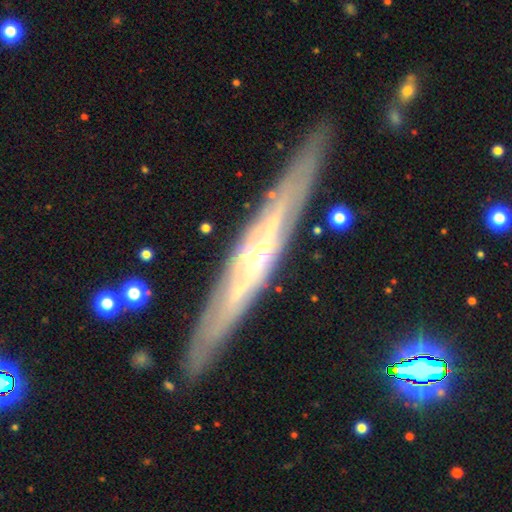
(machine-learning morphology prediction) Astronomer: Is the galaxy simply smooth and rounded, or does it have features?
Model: featured or disk — 81%.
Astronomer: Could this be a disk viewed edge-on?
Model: yes — 83%.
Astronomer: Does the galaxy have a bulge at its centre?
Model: rounded — 73%.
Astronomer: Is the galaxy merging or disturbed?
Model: none — 88%.